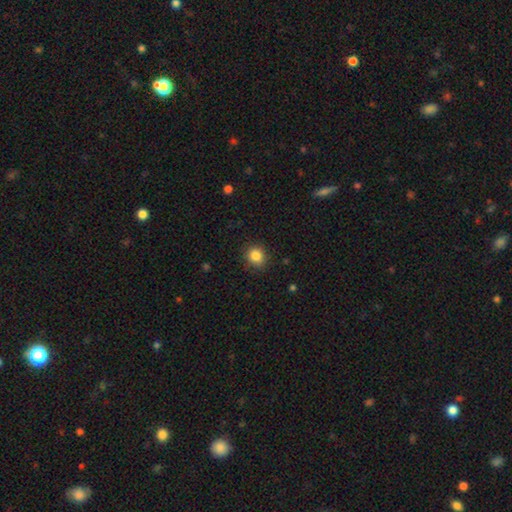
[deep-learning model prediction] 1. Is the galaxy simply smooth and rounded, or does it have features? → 86% smooth, 10% star or artifact, 4% featured or disk.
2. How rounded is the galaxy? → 78% round, 21% in between, 1% cigar-shaped.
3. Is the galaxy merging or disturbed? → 86% none, 10% minor disturbance, 3% major disturbance, 1% merger.